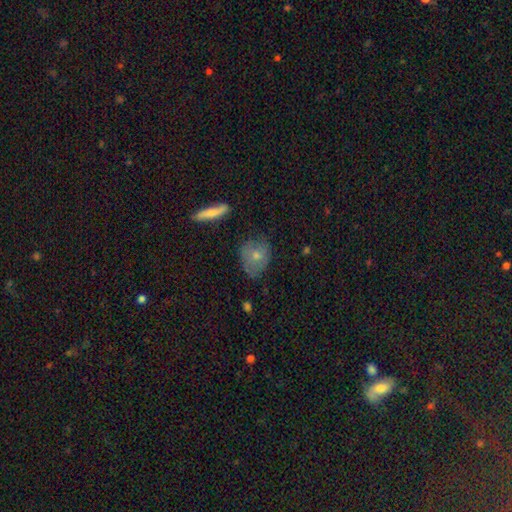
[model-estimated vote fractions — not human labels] smooth_or_featured: smooth (p=0.66) [alt: featured or disk p=0.26]
how_rounded: round (p=0.56) [alt: in between p=0.42]
merging: none (p=0.62) [alt: minor disturbance p=0.27]